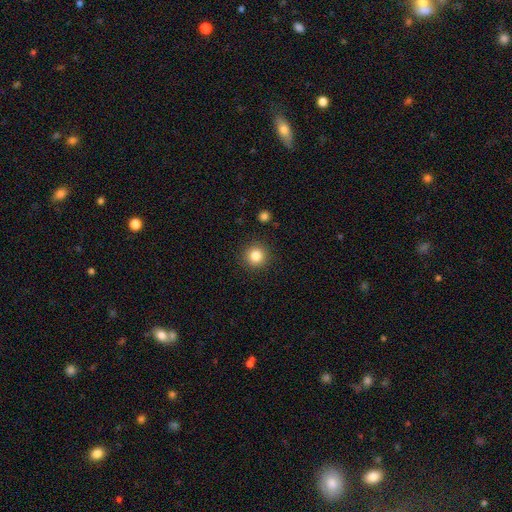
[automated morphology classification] A smooth galaxy with no disk features (84%) that is round (95%).

Vote fractions:
- Smooth or featured? smooth: 84% / star or artifact: 11% / featured or disk: 5%
- How rounded? round: 95% / in between: 4% / cigar-shaped: 1%
- Merging? none: 91% / minor disturbance: 5% / major disturbance: 2% / merger: 1%